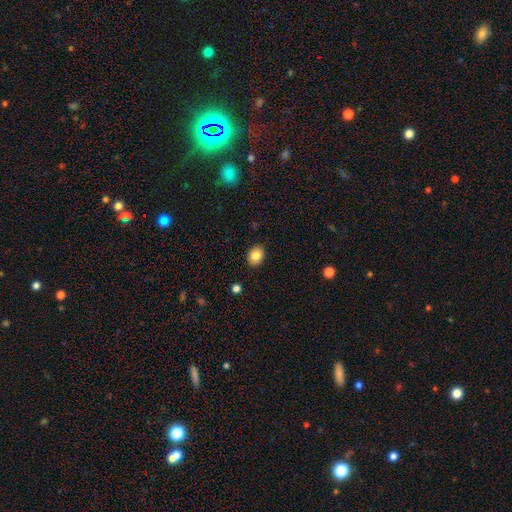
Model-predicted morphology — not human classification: Q: Smooth or featured?
A: smooth (84%); runner-up: star or artifact (9%)
Q: How rounded?
A: in between (55%); runner-up: round (44%)
Q: Merging?
A: none (89%); runner-up: minor disturbance (8%)